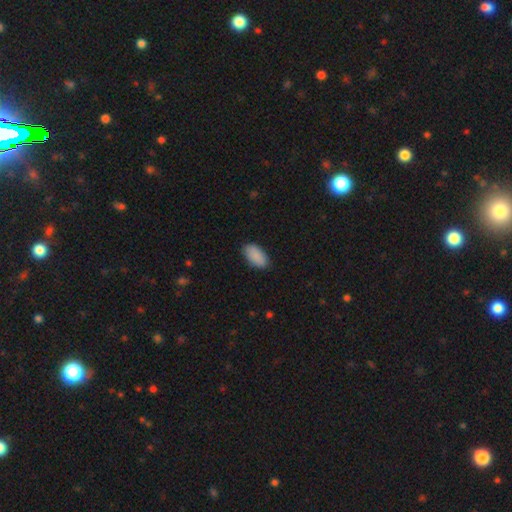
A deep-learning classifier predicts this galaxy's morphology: type=smooth (90%); roundness=in between (95%); merging=none (86%).